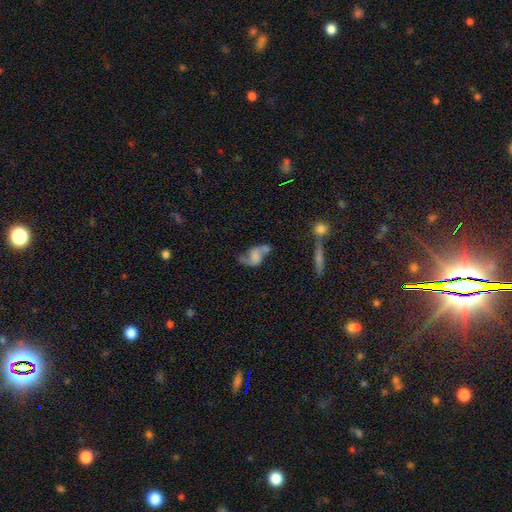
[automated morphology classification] Smooth or featured: featured or disk — 73% (smooth — 18%)
Edge-on disk: no — 96% (yes — 4%)
Bar: no — 54% (weak — 34%)
Spiral arms: yes — 90% (no — 10%)
Spiral winding: loose — 72% (medium — 22%)
Spiral arm count: 2 — 90% (1 — 4%)
Bulge size: none — 57% (small — 16%)
Merging: none — 46% (minor disturbance — 20%)